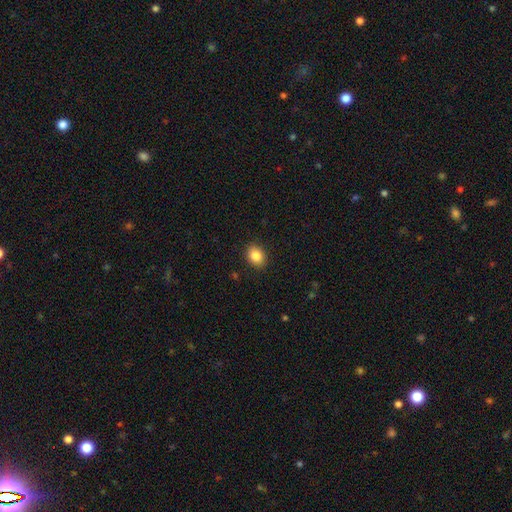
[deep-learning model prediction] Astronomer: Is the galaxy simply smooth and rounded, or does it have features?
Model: smooth — 86%.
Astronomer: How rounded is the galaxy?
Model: in between — 59% (runner-up: round, 40%).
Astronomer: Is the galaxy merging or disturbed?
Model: none — 88%.